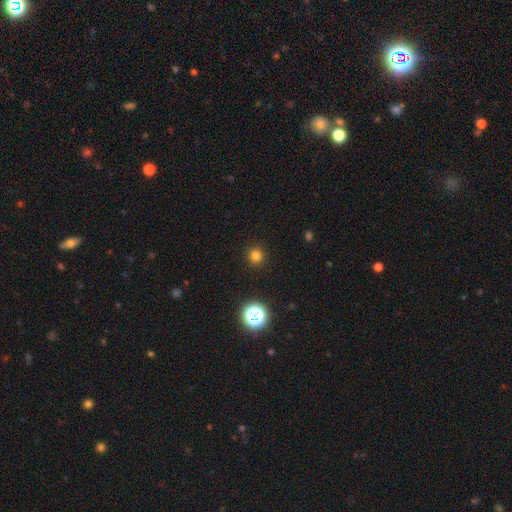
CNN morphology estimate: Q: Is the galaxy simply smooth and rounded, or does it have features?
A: smooth — 78%.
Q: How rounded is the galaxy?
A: round — 95%.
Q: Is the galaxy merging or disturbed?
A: none — 92%.